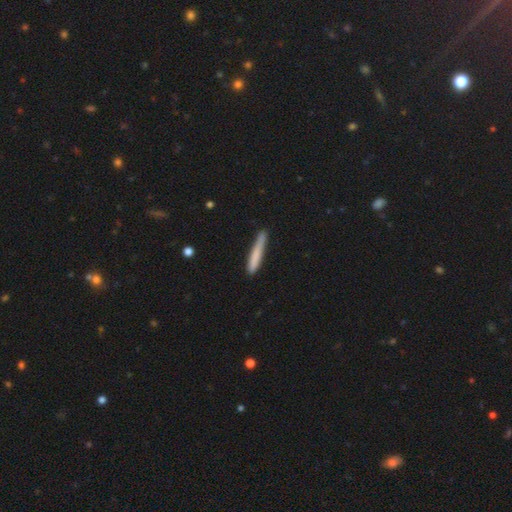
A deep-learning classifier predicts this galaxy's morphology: This appears to be a smooth galaxy with no disk features (78%) that is cigar-shaped (95%). Merging: none (78%).